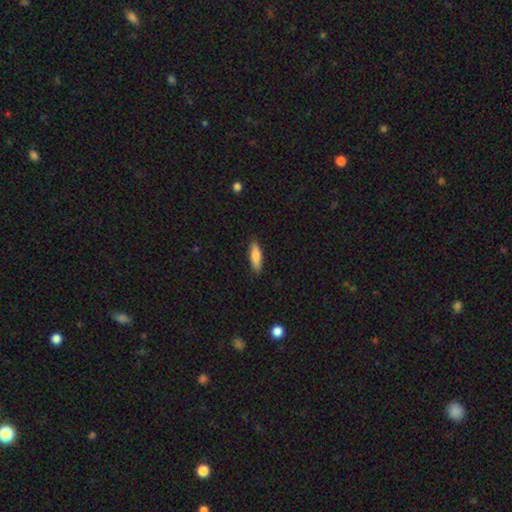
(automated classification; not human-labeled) Overall: smooth (79%). How rounded: cigar-shaped (53%; in between 45%). Merging: none (88%).